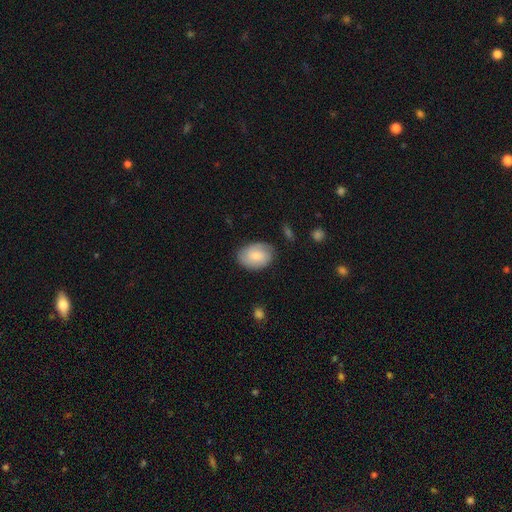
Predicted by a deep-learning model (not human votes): smooth_or_featured: smooth (p=0.70) [alt: featured or disk p=0.24]
how_rounded: in between (p=0.79) [alt: round p=0.20]
merging: none (p=0.79) [alt: minor disturbance p=0.16]